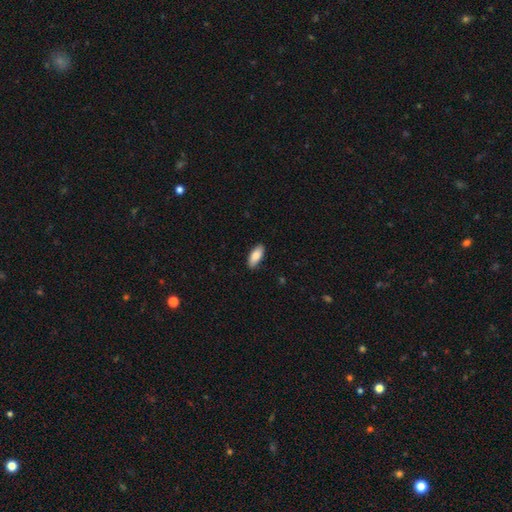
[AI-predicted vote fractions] Smooth or featured?
  - smooth: 84% *
  - featured or disk: 10%
  - star or artifact: 6%
How rounded?
  - in between: 83% *
  - cigar-shaped: 15%
  - round: 2%
Merging?
  - none: 87% *
  - minor disturbance: 10%
  - major disturbance: 2%
  - merger: 1%